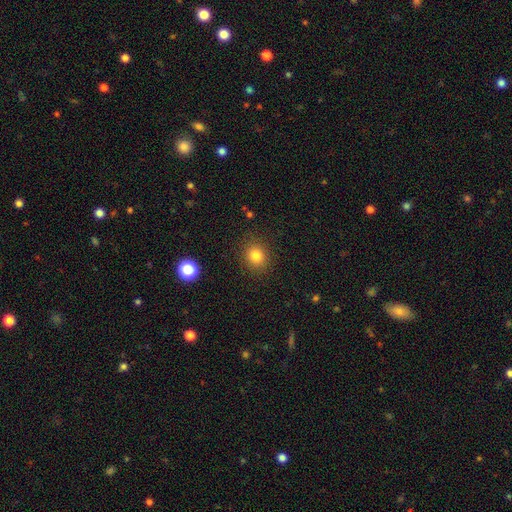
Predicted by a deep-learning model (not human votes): smooth-or-featured: smooth: 82% | star or artifact: 12% | featured or disk: 6%
  how-rounded: round: 74% | in between: 25% | cigar-shaped: 1%
  merging: none: 88% | minor disturbance: 8% | major disturbance: 3% | merger: 1%